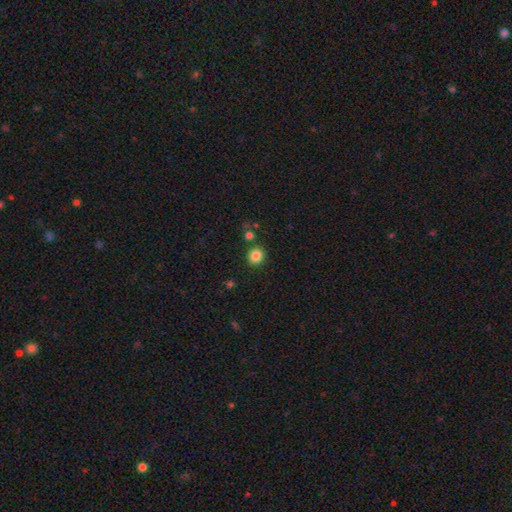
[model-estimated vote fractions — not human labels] smooth_or_featured: smooth (p=0.85) [alt: star or artifact p=0.11]
how_rounded: round (p=0.84) [alt: in between p=0.16]
merging: none (p=0.86) [alt: minor disturbance p=0.07]